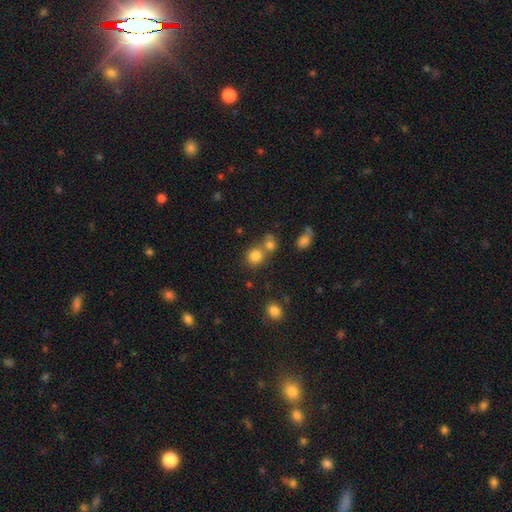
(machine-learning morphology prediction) This appears to be a smooth galaxy with no disk features (80%) that is round (85%). Merging: none (56%).